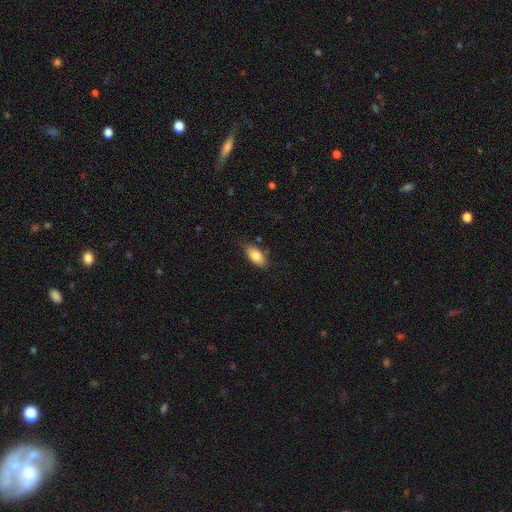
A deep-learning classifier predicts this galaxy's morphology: Smooth or featured: smooth — 82% (featured or disk — 11%)
How rounded: in between — 89% (cigar-shaped — 8%)
Merging: none — 79% (minor disturbance — 16%)